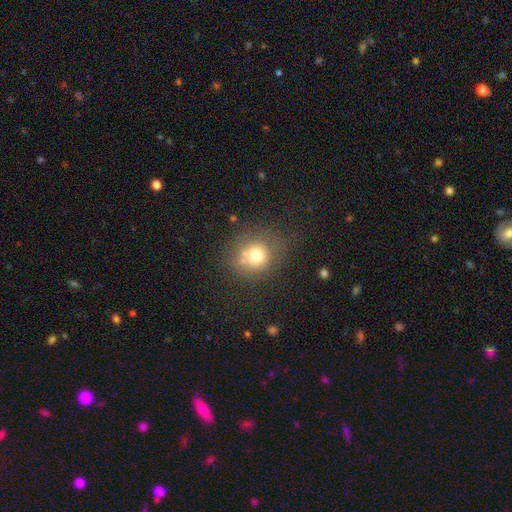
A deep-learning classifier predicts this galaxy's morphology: Smooth or featured? Predicted: smooth (p=0.71). How rounded? Predicted: round (p=0.84). Merging? Predicted: none (p=0.64).